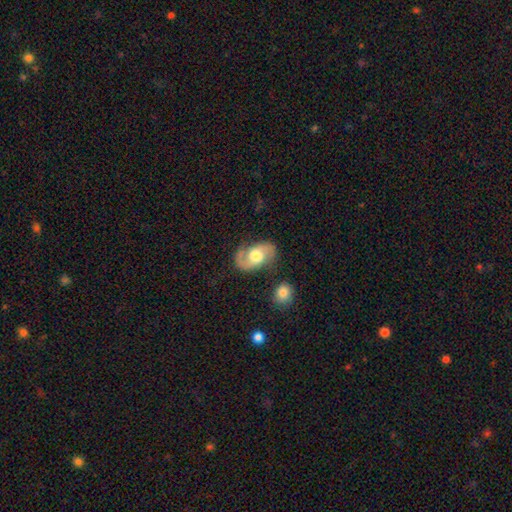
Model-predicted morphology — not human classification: A featured or disk galaxy (76%) with no bar (58%), 2 (89%) medium (49%) spiral arms (90%) and a moderate central bulge (66%).

Vote fractions:
- Smooth or featured? featured or disk: 76% / smooth: 19% / star or artifact: 5%
- Edge-on disk? no: 97% / yes: 3%
- Bar? no: 58% / weak: 34% / strong: 8%
- Spiral arms? yes: 90% / no: 10%
- Spiral winding? medium: 49% / loose: 36% / tight: 15%
- Spiral arm count? 2: 89% / 1: 4% / can't tell: 4% / 3: 1% / 4: 1% / more than 4: 1%
- Bulge size? moderate: 66% / large: 23% / small: 7% / dominant: 2% / none: 1%
- Merging? none: 72% / minor disturbance: 17% / major disturbance: 7% / merger: 5%